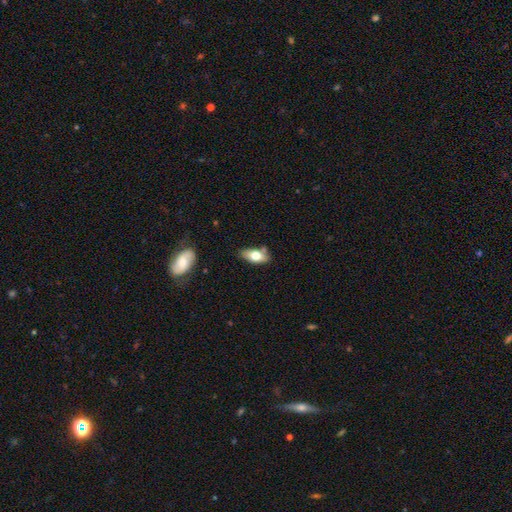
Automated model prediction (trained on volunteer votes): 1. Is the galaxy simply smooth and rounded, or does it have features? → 69% smooth, 24% featured or disk, 7% star or artifact.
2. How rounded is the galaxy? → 86% in between, 10% cigar-shaped, 4% round.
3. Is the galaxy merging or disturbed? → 71% none, 18% minor disturbance, 7% merger, 4% major disturbance.